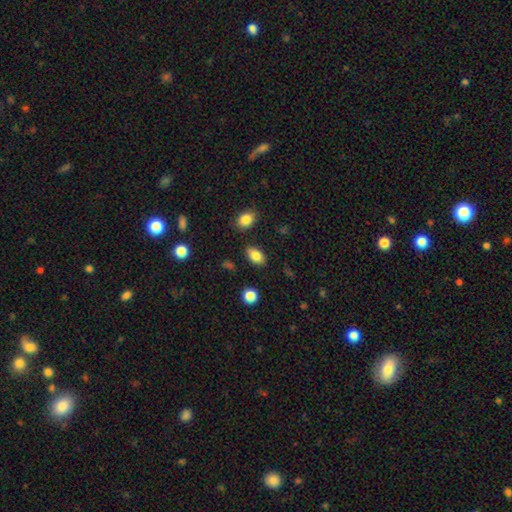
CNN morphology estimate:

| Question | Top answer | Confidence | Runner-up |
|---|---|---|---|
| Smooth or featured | smooth | 83% | star or artifact (9%) |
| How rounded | in between | 89% | round (9%) |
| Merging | none | 85% | minor disturbance (10%) |